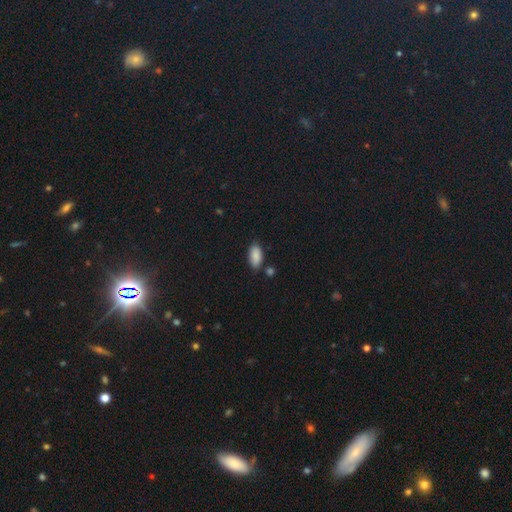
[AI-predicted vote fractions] Smooth or featured? Predicted: smooth (p=0.88). How rounded? Predicted: in between (p=0.92). Merging? Predicted: none (p=0.78).